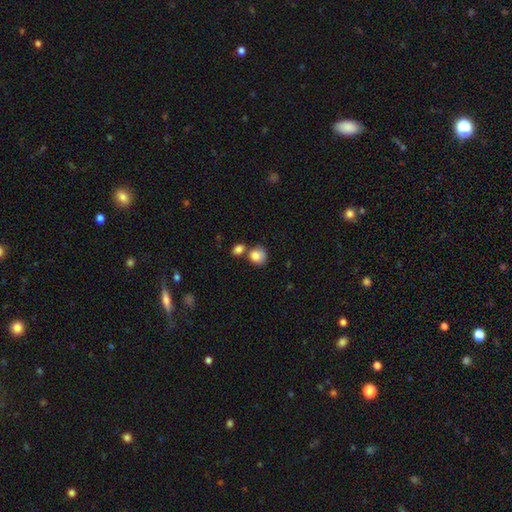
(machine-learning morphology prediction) Q: Smooth or featured?
A: smooth (84%); runner-up: star or artifact (9%)
Q: How rounded?
A: round (74%); runner-up: in between (25%)
Q: Merging?
A: none (51%); runner-up: merger (31%)